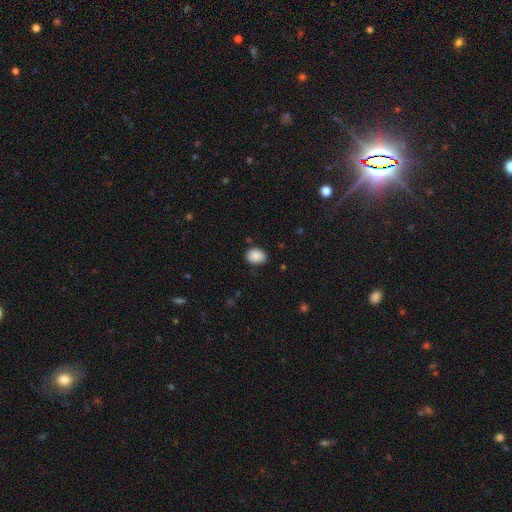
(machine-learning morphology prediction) A smooth galaxy with no disk features (89%) that is in between round and cigar-shaped (64%).

Vote fractions:
- Smooth or featured? smooth: 89% / star or artifact: 8% / featured or disk: 3%
- How rounded? in between: 64% / round: 35% / cigar-shaped: 1%
- Merging? none: 83% / minor disturbance: 13% / major disturbance: 3% / merger: 1%